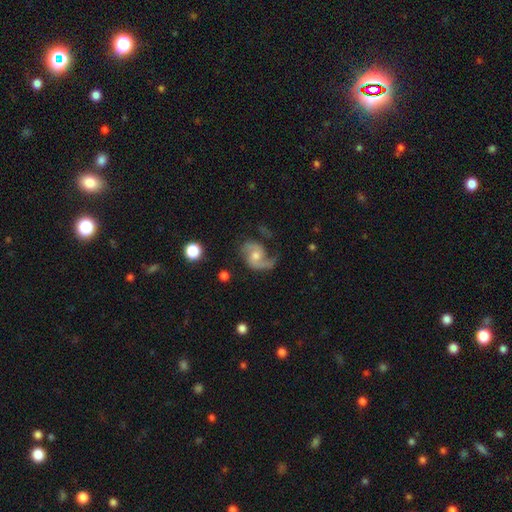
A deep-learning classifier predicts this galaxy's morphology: featured or disk 85%, smooth 10%, star or artifact 6%. Down the decision tree: edge-on disk — no (98%); bar — no (58%); spiral arms — yes (96%); spiral arm count — 2 (83%); spiral winding — medium (45%); bulge size — moderate (62%); merging — none (59%).